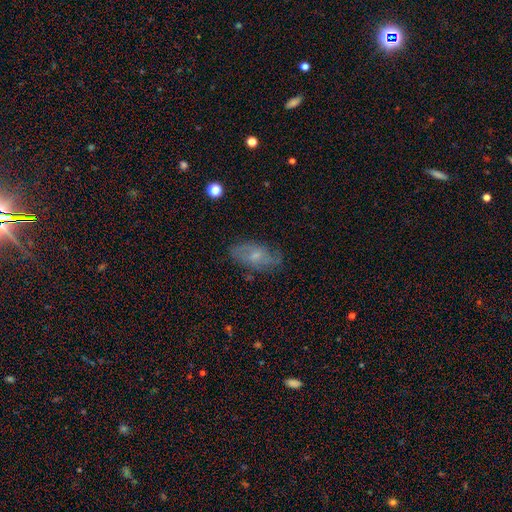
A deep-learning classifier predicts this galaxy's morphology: Smooth or featured?
  - featured or disk: 51% *
  - smooth: 40%
  - star or artifact: 9%
Edge-on disk?
  - no: 92% *
  - yes: 8%
Merging?
  - none: 71% *
  - minor disturbance: 20%
  - major disturbance: 7%
  - merger: 2%